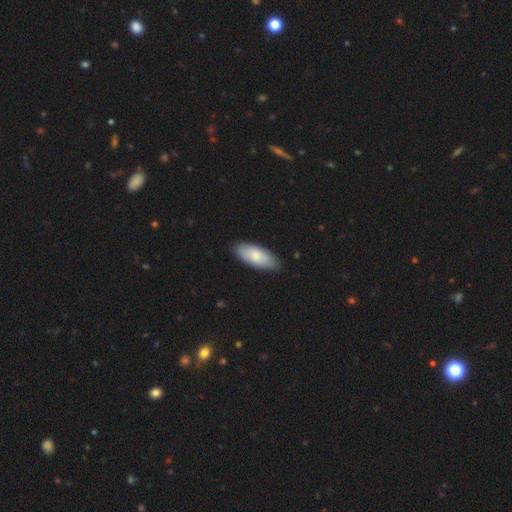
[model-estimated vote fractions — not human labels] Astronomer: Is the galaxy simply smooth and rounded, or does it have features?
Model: smooth — 79%.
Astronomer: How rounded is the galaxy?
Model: in between — 83%.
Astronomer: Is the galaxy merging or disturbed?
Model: none — 85%.